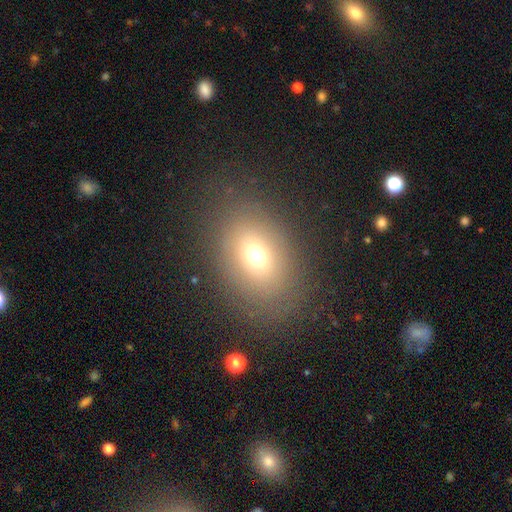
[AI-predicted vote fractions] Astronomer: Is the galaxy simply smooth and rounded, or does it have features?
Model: smooth — 67%.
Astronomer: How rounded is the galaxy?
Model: in between — 62%.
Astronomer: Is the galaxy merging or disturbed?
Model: none — 80%.